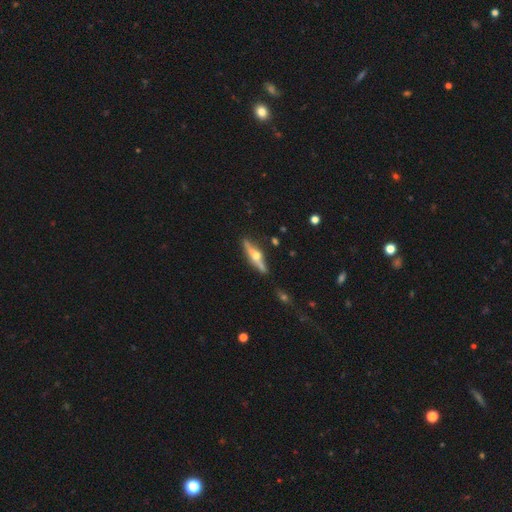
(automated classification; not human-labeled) Overall: featured or disk (72%). Edge-on disk: yes (96%). Edge-on bulge: rounded (95%). Merging: none (83%).